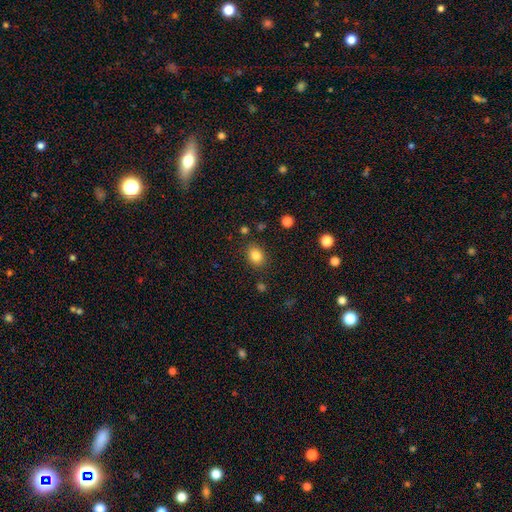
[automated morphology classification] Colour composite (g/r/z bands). It shows a smooth galaxy with no disk features (84%) that is in between round and cigar-shaped (53%). Merging: none (85%).